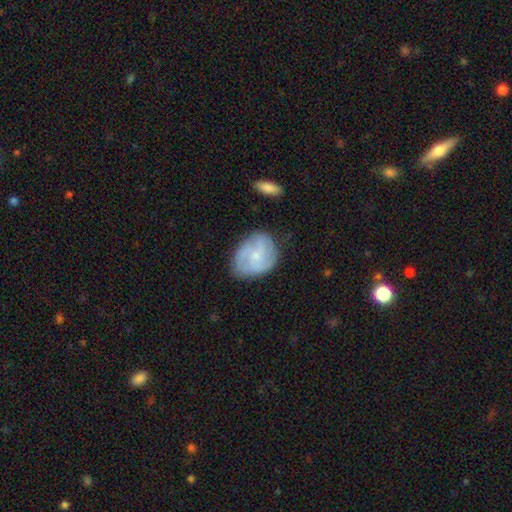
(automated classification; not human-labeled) A featured or disk galaxy (57%) with no bar (68%), spiral arms (85%) and a small central bulge (64%). Merging: none (68%).